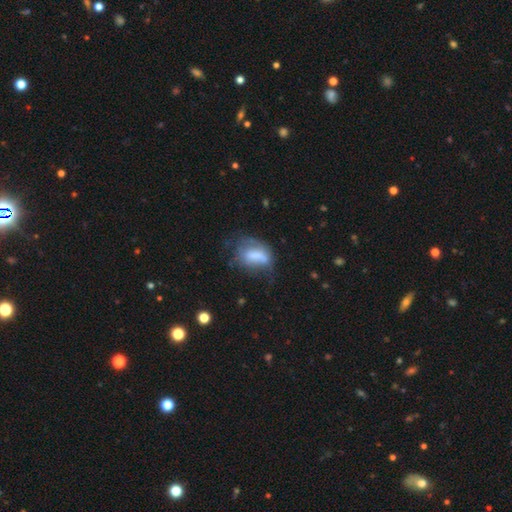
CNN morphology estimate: The model was most divided on "merging": none: 32%, major disturbance: 31%, minor disturbance: 31%, merger: 6%. More confident: how rounded — in between (79%); smooth or featured — smooth (59%).